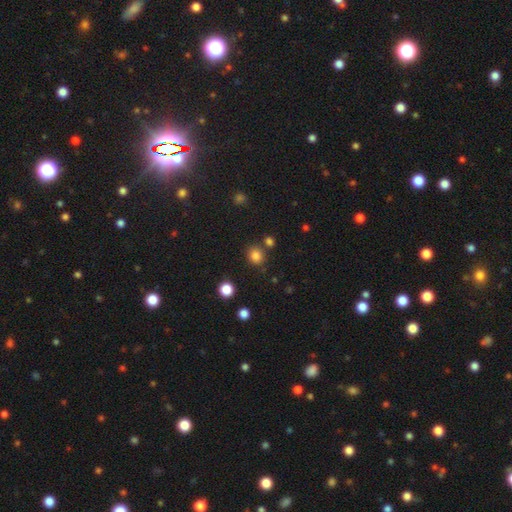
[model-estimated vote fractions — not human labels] This is clearly a smooth galaxy (82%). How rounded: clearly round (83%). Merging: likely none (80%).